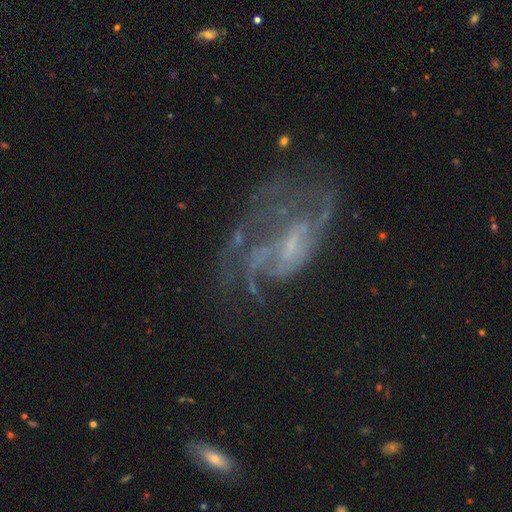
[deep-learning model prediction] Smooth or featured? featured or disk (78%)
Edge-on disk? no (96%)
Bar? no (44%)
Spiral arms? yes (75%)
Spiral winding? loose (40%)
Spiral arm count? can't tell (31%, tied with 2)
Bulge size? small (46%)
Merging? major disturbance (39%)